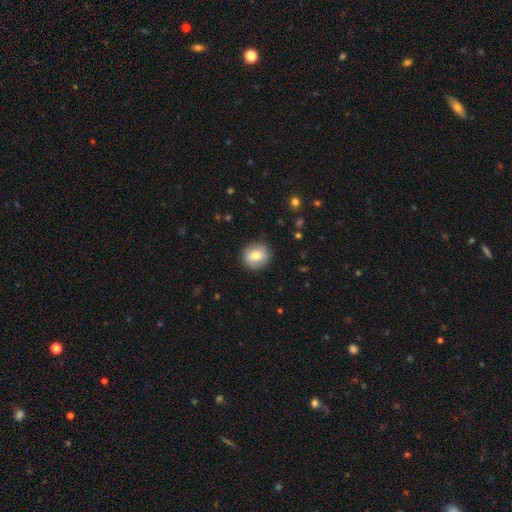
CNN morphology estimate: smooth-or-featured: smooth: 74% | featured or disk: 18% | star or artifact: 8%
  how-rounded: round: 81% | in between: 18% | cigar-shaped: 1%
  merging: none: 88% | minor disturbance: 9% | major disturbance: 3% | merger: 1%